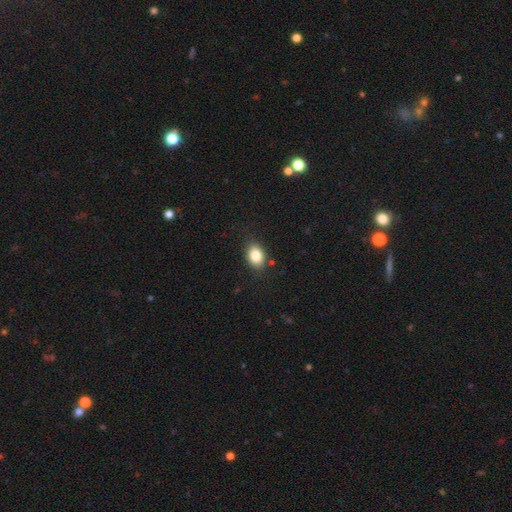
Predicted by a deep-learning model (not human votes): smooth 84%, star or artifact 9%, featured or disk 8%. Down the decision tree: how rounded — in between (73%); merging — none (84%).